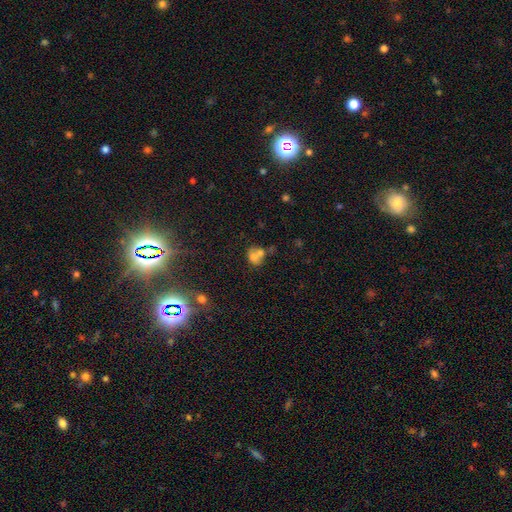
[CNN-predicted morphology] Smooth or featured? smooth (68%)
How rounded? round (51%)
Merging? merger (55%)